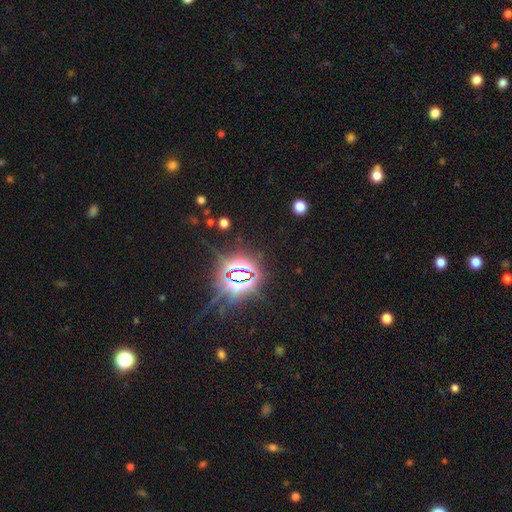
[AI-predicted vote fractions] This appears to be a star or artifact, not a galaxy (82%).